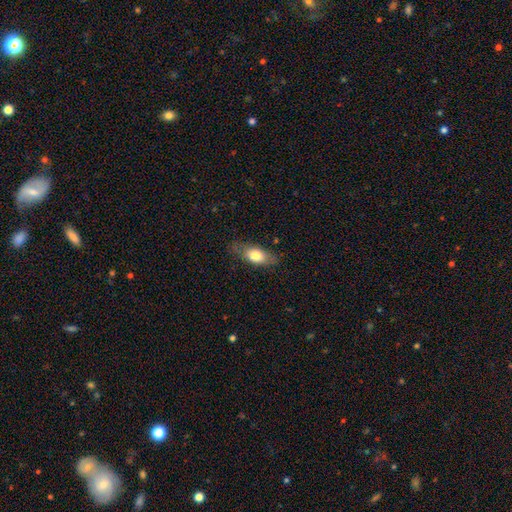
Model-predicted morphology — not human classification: smooth-or-featured: smooth: 71% | featured or disk: 22% | star or artifact: 7%
  how-rounded: in between: 78% | cigar-shaped: 15% | round: 6%
  merging: none: 73% | minor disturbance: 20% | major disturbance: 6% | merger: 1%